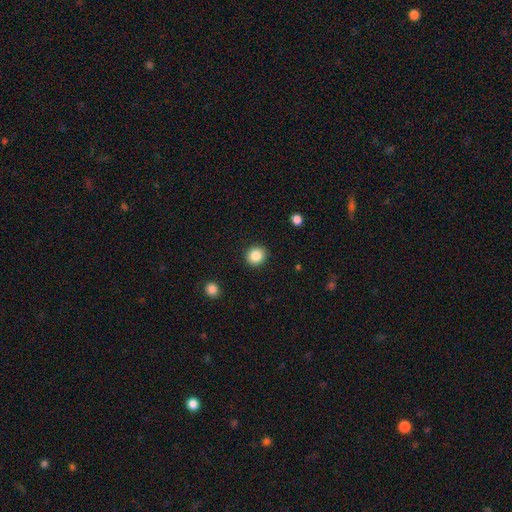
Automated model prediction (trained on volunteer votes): A smooth galaxy with no disk features (85%) that is round (89%). Merging: none (92%).